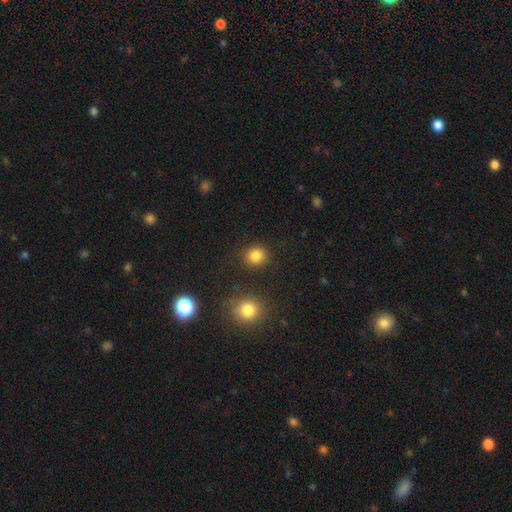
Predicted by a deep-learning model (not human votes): Smooth or featured: smooth — 84% (star or artifact — 12%)
How rounded: round — 86% (in between — 13%)
Merging: none — 89% (minor disturbance — 6%)